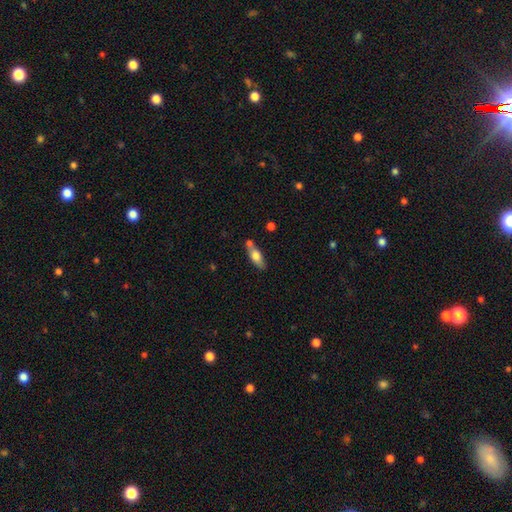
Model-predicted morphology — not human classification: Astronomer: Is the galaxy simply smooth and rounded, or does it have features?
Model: smooth — 64%.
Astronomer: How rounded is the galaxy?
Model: in between — 61% (runner-up: cigar-shaped, 36%).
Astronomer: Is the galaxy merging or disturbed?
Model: none — 64%.